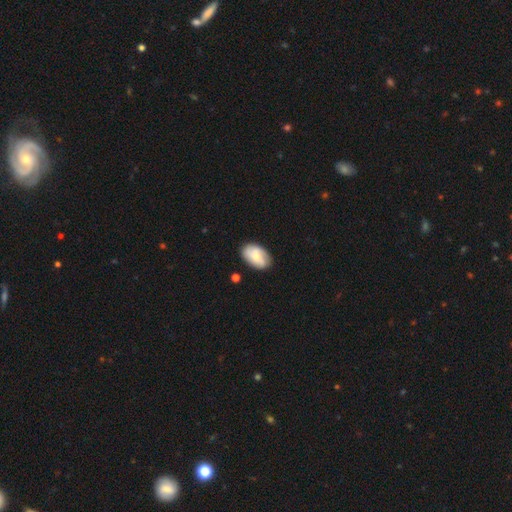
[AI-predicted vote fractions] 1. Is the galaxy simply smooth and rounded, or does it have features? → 55% smooth, 38% featured or disk, 7% star or artifact.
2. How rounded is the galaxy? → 90% in between, 8% round, 1% cigar-shaped.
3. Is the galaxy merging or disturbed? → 78% none, 16% minor disturbance, 3% major disturbance, 2% merger.